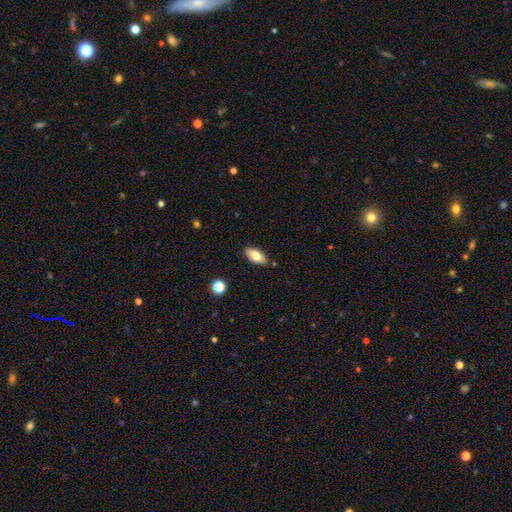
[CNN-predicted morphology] Smooth or featured?
  - smooth: 75% *
  - featured or disk: 18%
  - star or artifact: 7%
How rounded?
  - in between: 88% *
  - cigar-shaped: 9%
  - round: 3%
Merging?
  - none: 85% *
  - minor disturbance: 11%
  - major disturbance: 2%
  - merger: 2%